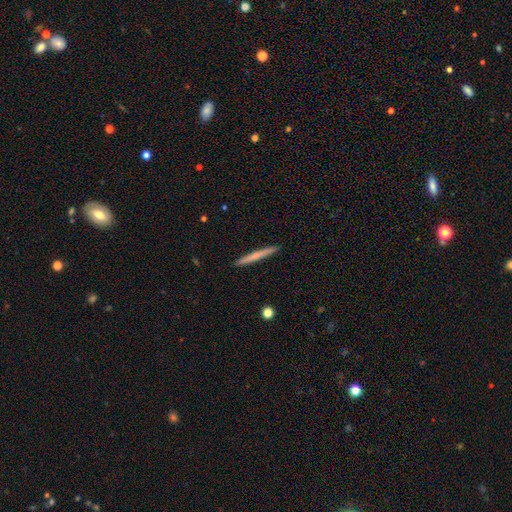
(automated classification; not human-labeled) smooth 62%, featured or disk 33%, star or artifact 5%. Down the decision tree: how rounded — cigar-shaped (97%); merging — none (93%).